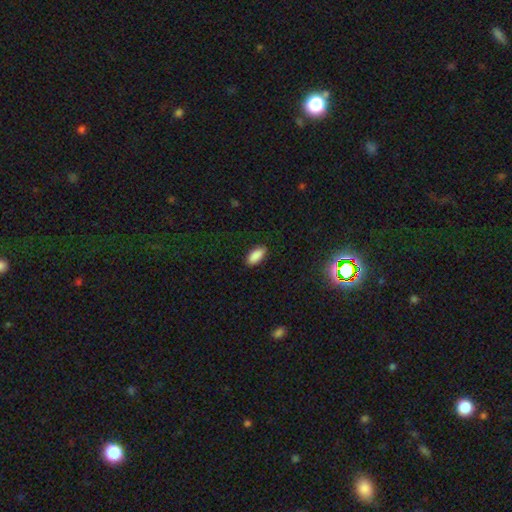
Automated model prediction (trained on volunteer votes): Q: Smooth or featured?
A: smooth (89%); runner-up: star or artifact (7%)
Q: How rounded?
A: in between (90%); runner-up: cigar-shaped (8%)
Q: Merging?
A: none (87%); runner-up: minor disturbance (10%)